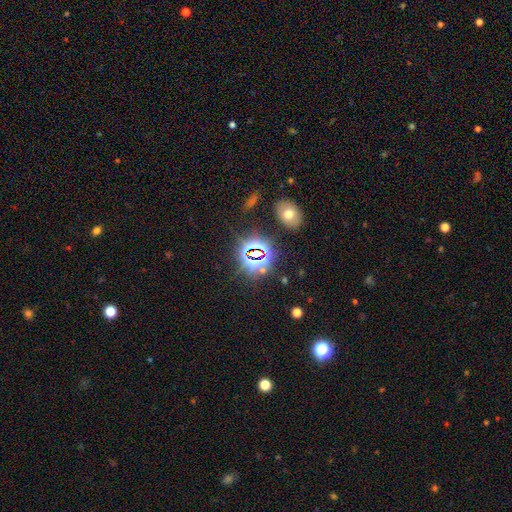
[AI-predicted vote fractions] Smooth or featured?
  - star or artifact: 73% *
  - smooth: 18%
  - featured or disk: 9%